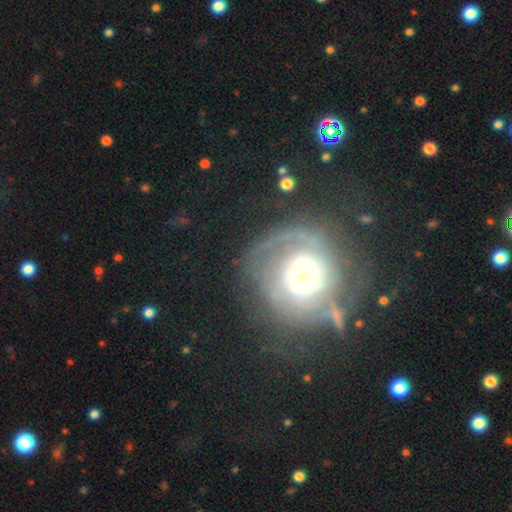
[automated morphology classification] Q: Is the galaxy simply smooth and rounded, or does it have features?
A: featured or disk — 73%.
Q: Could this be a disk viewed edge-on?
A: no — 97%.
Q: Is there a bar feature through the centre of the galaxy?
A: no — 79%.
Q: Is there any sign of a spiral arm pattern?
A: yes — 83%.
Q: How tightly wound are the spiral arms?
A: tight — 69%.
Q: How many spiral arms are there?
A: can't tell — 35%.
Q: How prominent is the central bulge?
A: moderate — 42%, tied with small.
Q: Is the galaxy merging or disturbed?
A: none — 68%.